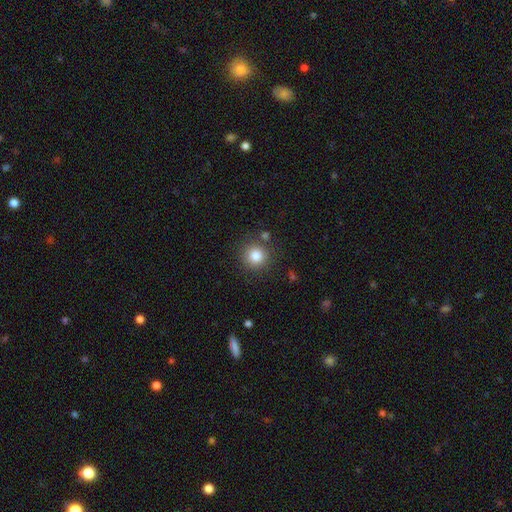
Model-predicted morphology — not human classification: smooth_or_featured: smooth (p=0.83) [alt: star or artifact p=0.11]
how_rounded: round (p=0.93) [alt: in between p=0.06]
merging: none (p=0.83) [alt: minor disturbance p=0.09]